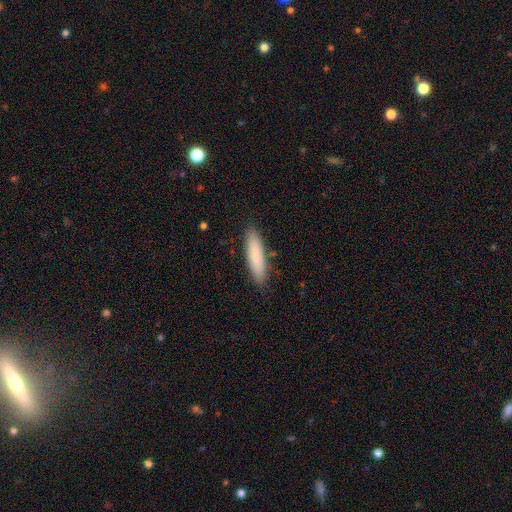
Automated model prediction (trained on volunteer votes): smooth-or-featured: smooth: 84% | featured or disk: 10% | star or artifact: 6%
  how-rounded: cigar-shaped: 75% | in between: 23% | round: 1%
  merging: none: 86% | minor disturbance: 10% | major disturbance: 2% | merger: 2%